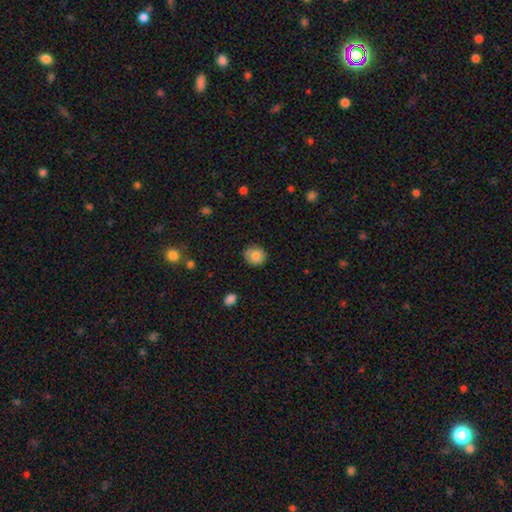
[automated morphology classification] This appears to be a smooth galaxy with no disk features (80%) that is round (77%). Merging: none (82%).